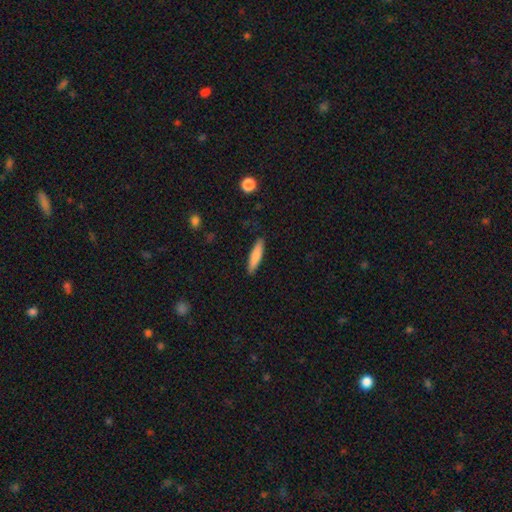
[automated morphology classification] Smooth or featured? Predicted: smooth (p=0.79). How rounded? Predicted: cigar-shaped (p=0.80). Merging? Predicted: none (p=0.88).